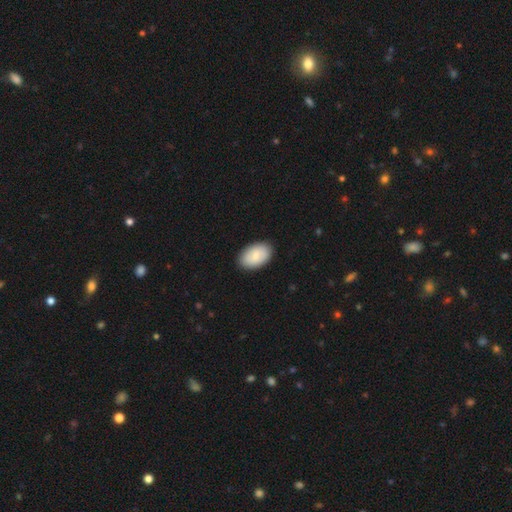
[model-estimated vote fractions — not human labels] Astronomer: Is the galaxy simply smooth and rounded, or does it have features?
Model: smooth — 81%.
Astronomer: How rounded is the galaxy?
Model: in between — 94%.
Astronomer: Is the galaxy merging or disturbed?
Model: none — 88%.